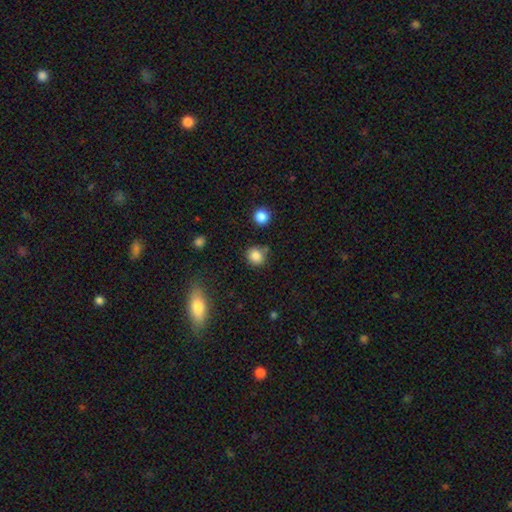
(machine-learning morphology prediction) This is clearly a smooth galaxy (83%). How rounded: clearly round (83%). Merging: likely none (74%).